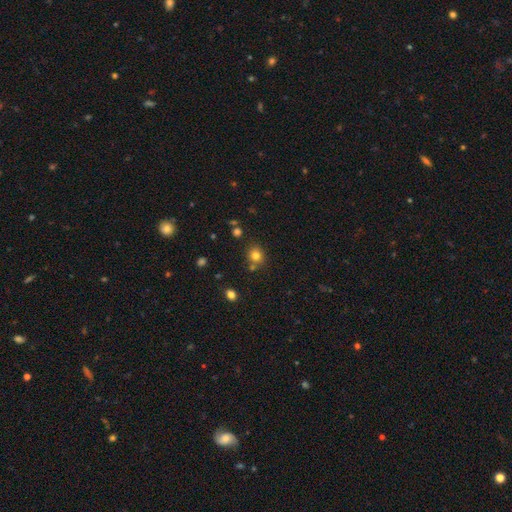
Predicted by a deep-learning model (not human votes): Overall: smooth (78%). How rounded: round (82%). Merging: none (76%).